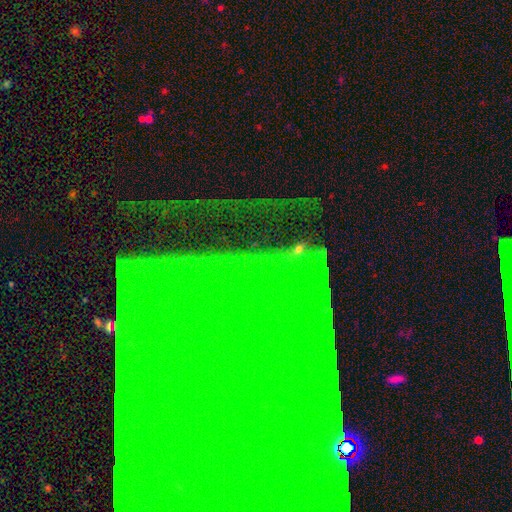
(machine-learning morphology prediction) Smooth or featured? Predicted: star or artifact (p=0.79).